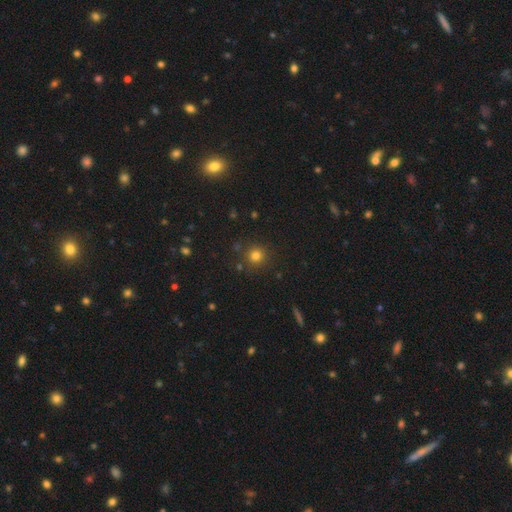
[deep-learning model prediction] Overall: smooth (79%). How rounded: round (93%). Merging: none (85%).